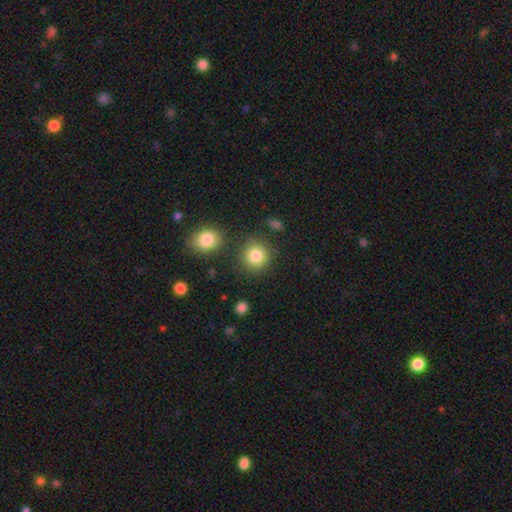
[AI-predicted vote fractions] smooth 84%, star or artifact 10%, featured or disk 6%. Down the decision tree: how rounded — round (89%); merging — none (82%).